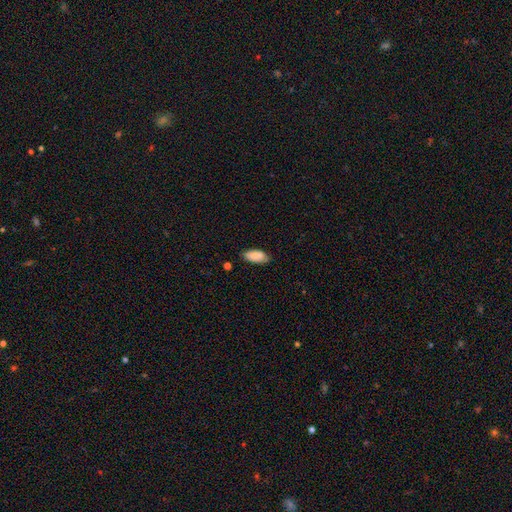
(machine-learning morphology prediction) smooth-or-featured: smooth: 87% | star or artifact: 7% | featured or disk: 6%
  how-rounded: in between: 89% | cigar-shaped: 9% | round: 2%
  merging: none: 71% | minor disturbance: 24% | major disturbance: 4% | merger: 2%